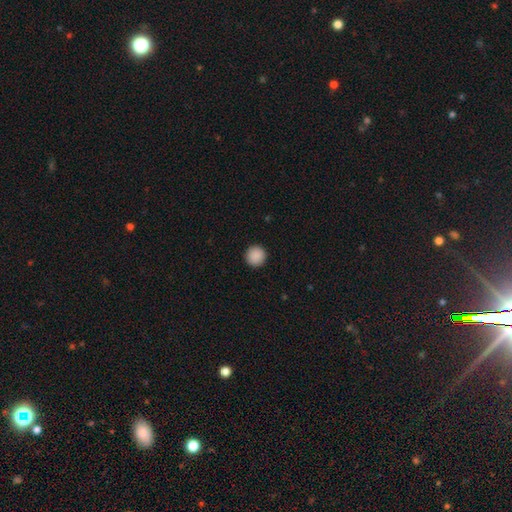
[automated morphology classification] Smooth or featured?
  - smooth: 90% *
  - star or artifact: 8%
  - featured or disk: 2%
How rounded?
  - round: 96% *
  - in between: 3%
  - cigar-shaped: 1%
Merging?
  - none: 93% *
  - minor disturbance: 5%
  - major disturbance: 2%
  - merger: 1%